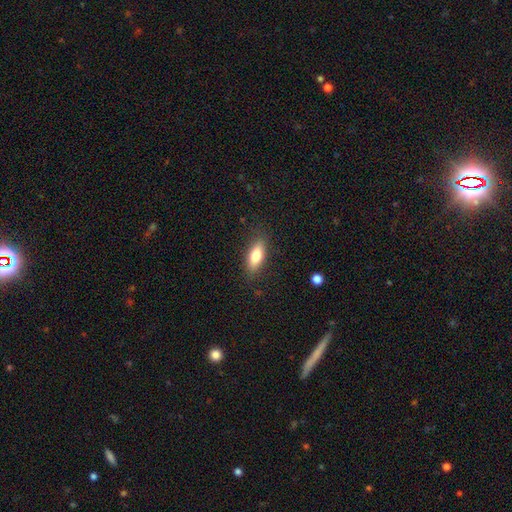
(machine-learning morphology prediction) A smooth galaxy with no disk features (77%) that is in between round and cigar-shaped (72%).

Vote fractions:
- Smooth or featured? smooth: 77% / featured or disk: 16% / star or artifact: 7%
- How rounded? in between: 72% / cigar-shaped: 25% / round: 3%
- Merging? none: 84% / minor disturbance: 12% / major disturbance: 3% / merger: 1%